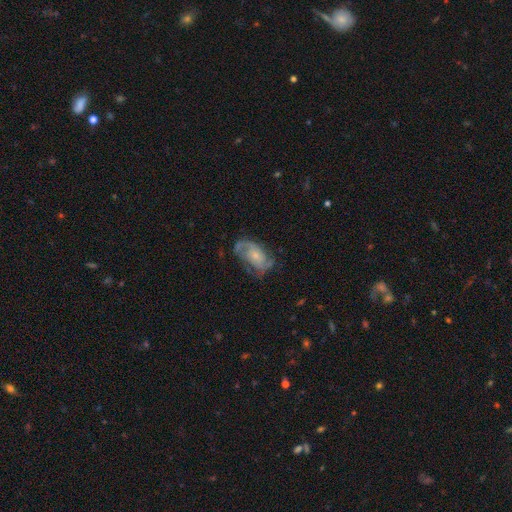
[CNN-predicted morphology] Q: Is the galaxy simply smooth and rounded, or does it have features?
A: featured or disk — 75%.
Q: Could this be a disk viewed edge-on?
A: no — 97%.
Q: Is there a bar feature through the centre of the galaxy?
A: no — 70%.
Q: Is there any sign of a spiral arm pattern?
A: yes — 88%.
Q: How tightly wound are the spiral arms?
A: medium — 45%.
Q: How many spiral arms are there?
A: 2 — 55%.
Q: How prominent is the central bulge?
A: small — 61%.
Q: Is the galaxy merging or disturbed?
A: none — 55%.